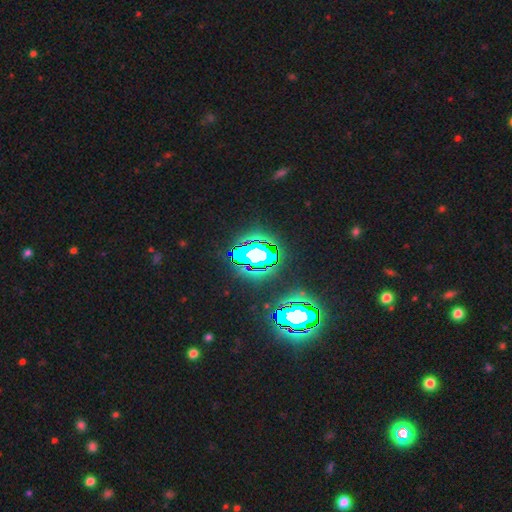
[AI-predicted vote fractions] Overall: star or artifact (67%).